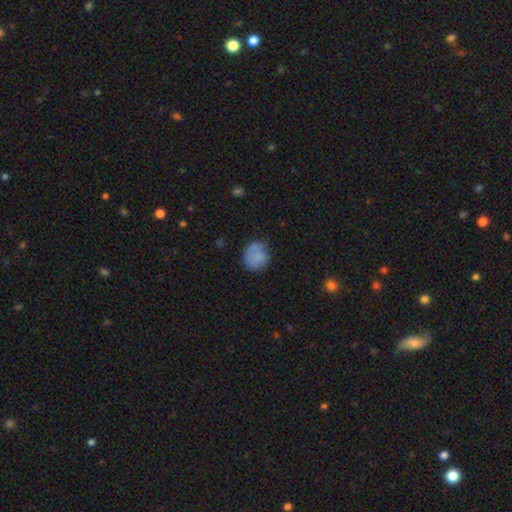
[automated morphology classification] Smooth or featured: smooth — 77% (featured or disk — 15%)
How rounded: round — 76% (in between — 23%)
Merging: none — 61% (minor disturbance — 26%)